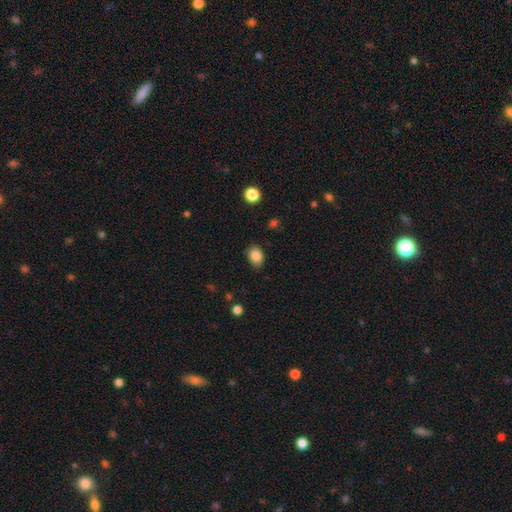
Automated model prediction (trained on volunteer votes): Smooth or featured? Predicted: smooth (p=0.86). How rounded? Predicted: in between (p=0.74). Merging? Predicted: none (p=0.82).